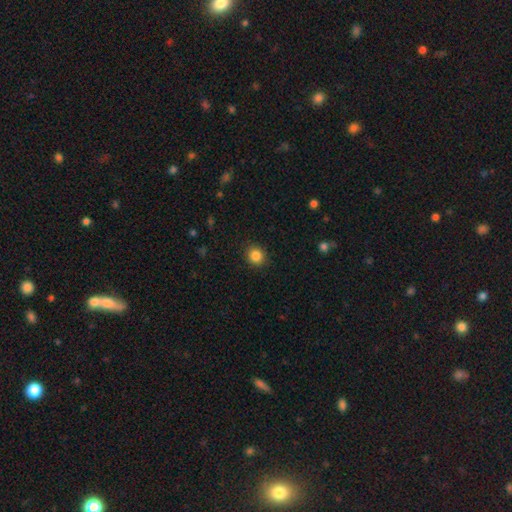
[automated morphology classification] smooth-or-featured: smooth: 85% | star or artifact: 11% | featured or disk: 4%
  how-rounded: round: 84% | in between: 15% | cigar-shaped: 1%
  merging: none: 90% | minor disturbance: 6% | major disturbance: 2% | merger: 1%